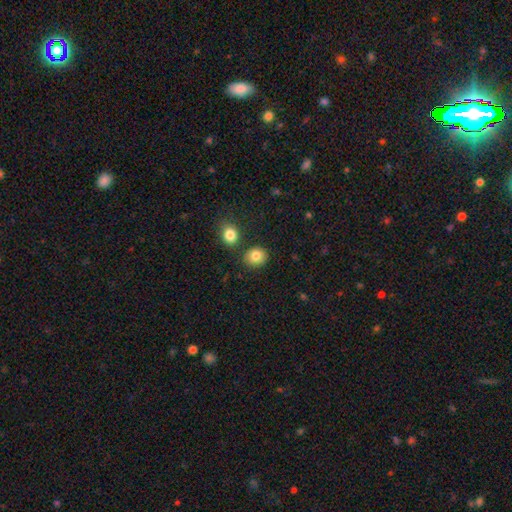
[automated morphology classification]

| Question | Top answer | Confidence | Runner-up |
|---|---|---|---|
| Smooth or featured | smooth | 83% | star or artifact (10%) |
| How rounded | round | 66% | in between (33%) |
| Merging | none | 81% | minor disturbance (9%) |